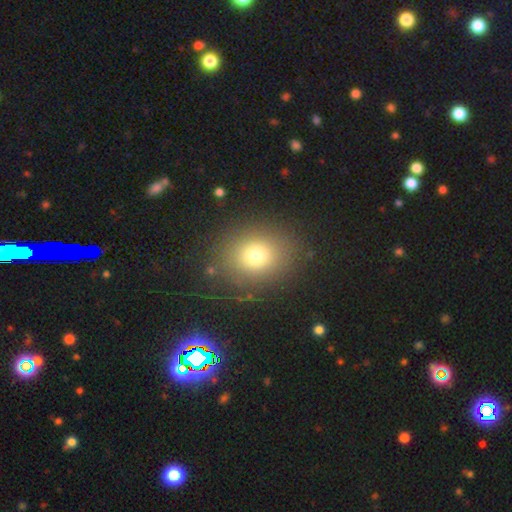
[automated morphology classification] The model was most divided on "how rounded": round: 68%, in between: 31%, cigar-shaped: 1%. More confident: merging — none (83%); smooth or featured — smooth (73%).